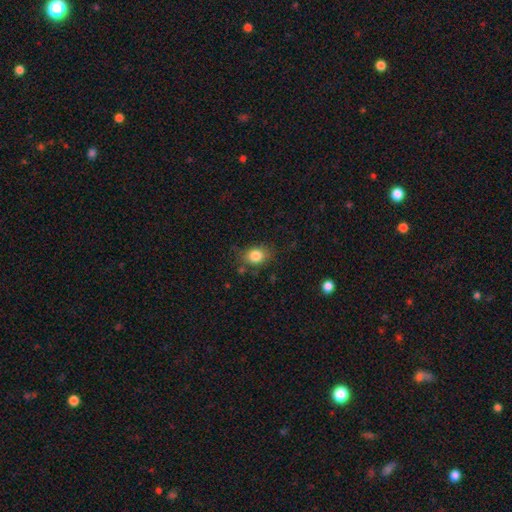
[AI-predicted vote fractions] Smooth or featured? Predicted: smooth (p=0.83). How rounded? Predicted: in between (p=0.55). Merging? Predicted: none (p=0.75).